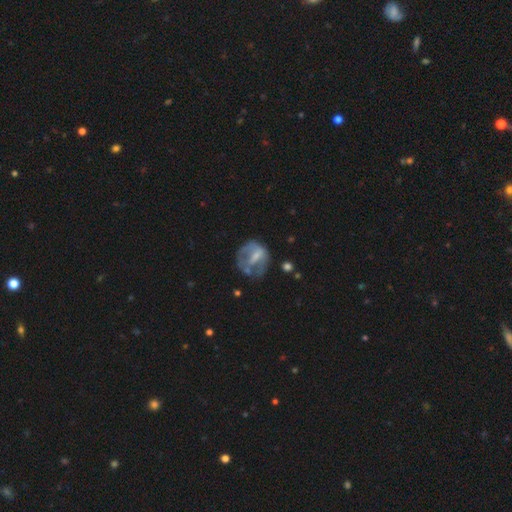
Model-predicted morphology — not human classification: Smooth or featured: featured or disk — 52% (smooth — 39%)
Edge-on disk: no — 96% (yes — 4%)
Merging: none — 42% (major disturbance — 28%)